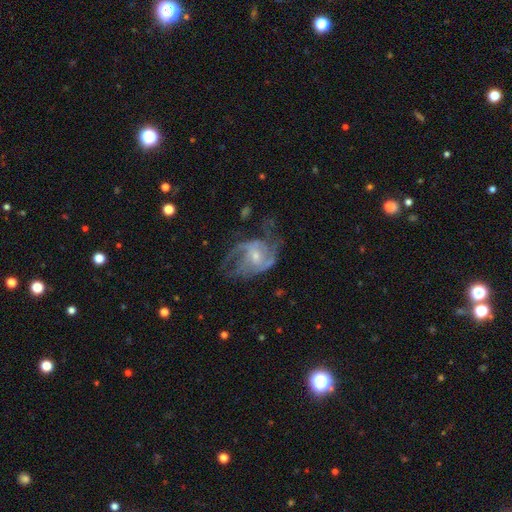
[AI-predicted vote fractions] Smooth or featured? featured or disk (80%)
Edge-on disk? no (97%)
Bar? no (52%)
Spiral arms? yes (85%)
Spiral winding? medium (47%)
Spiral arm count? 2 (47%)
Bulge size? small (58%)
Merging? none (41%)